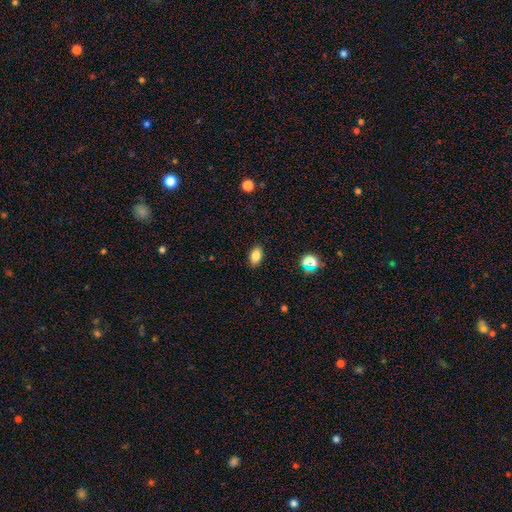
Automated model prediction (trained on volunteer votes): Smooth or featured?
  - smooth: 83% *
  - star or artifact: 10%
  - featured or disk: 7%
How rounded?
  - in between: 87% *
  - round: 11%
  - cigar-shaped: 2%
Merging?
  - none: 87% *
  - minor disturbance: 10%
  - major disturbance: 2%
  - merger: 1%